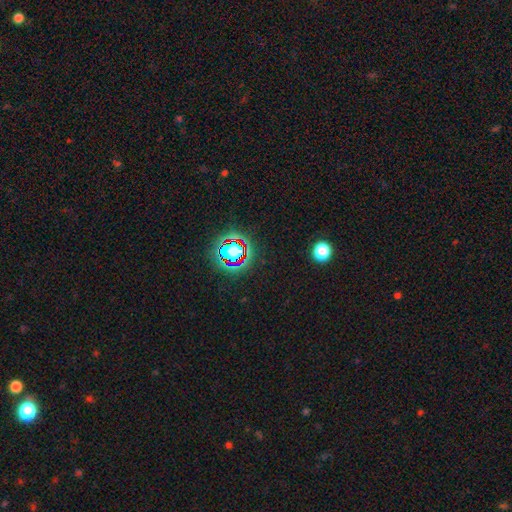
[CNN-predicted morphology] smooth-or-featured: star or artifact: 79% | smooth: 13% | featured or disk: 9%